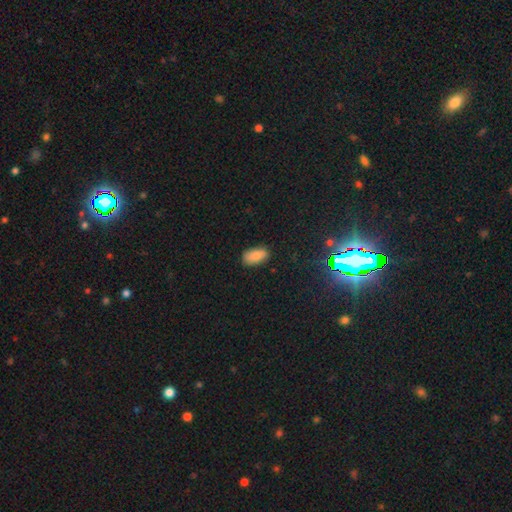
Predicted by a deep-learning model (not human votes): Smooth or featured? Predicted: smooth (p=0.87). How rounded? Predicted: in between (p=0.93). Merging? Predicted: none (p=0.84).